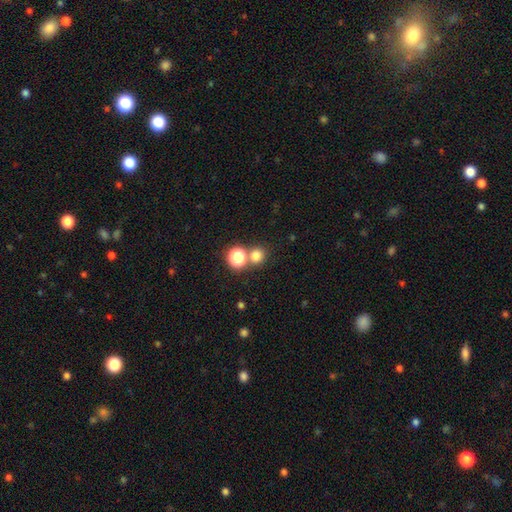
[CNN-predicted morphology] Overall: smooth (76%). How rounded: round (88%). Merging: none (69%).